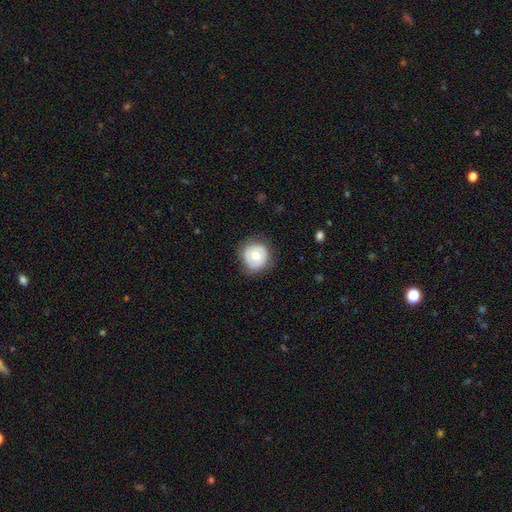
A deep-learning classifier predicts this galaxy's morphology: Smooth or featured? Predicted: smooth (p=0.62). How rounded? Predicted: round (p=0.91). Merging? Predicted: none (p=0.81).